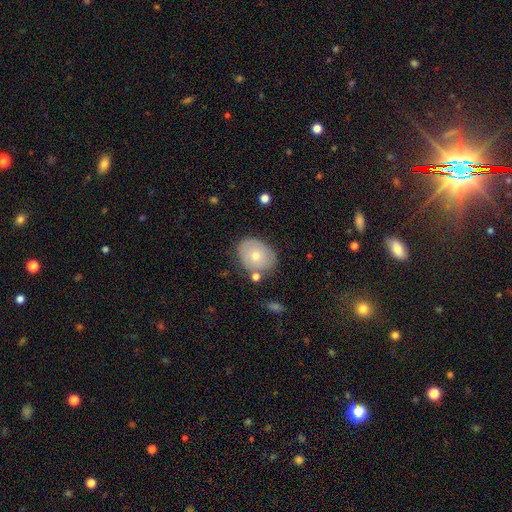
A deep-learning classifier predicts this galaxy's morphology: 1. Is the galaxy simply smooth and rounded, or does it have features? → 65% smooth, 28% featured or disk, 7% star or artifact.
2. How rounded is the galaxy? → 54% in between, 45% round, 1% cigar-shaped.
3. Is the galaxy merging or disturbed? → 72% none, 17% minor disturbance, 7% merger, 4% major disturbance.